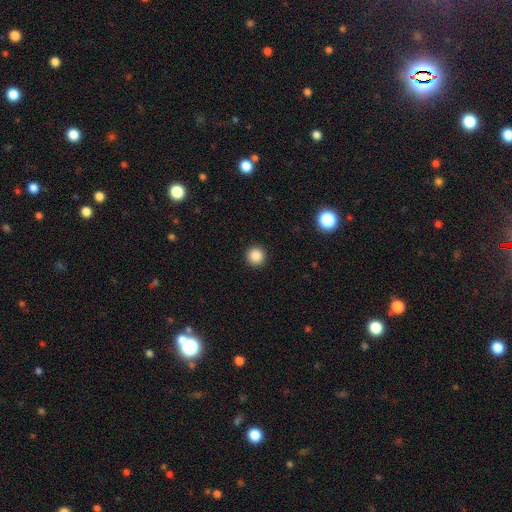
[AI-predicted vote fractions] smooth 86%, star or artifact 11%, featured or disk 3%. Down the decision tree: how rounded — round (96%); merging — none (93%).